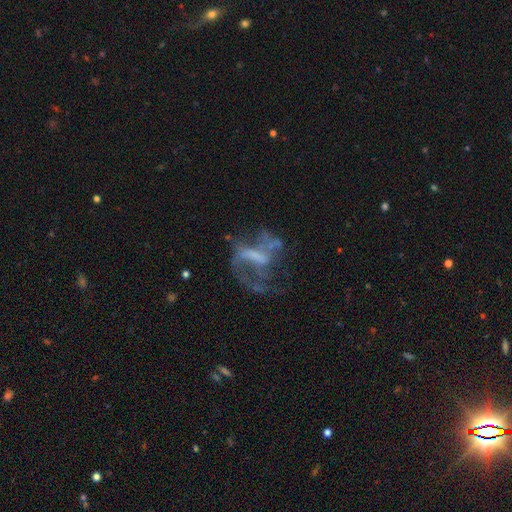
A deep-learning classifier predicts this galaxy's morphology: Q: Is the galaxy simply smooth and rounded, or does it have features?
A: featured or disk — 73%.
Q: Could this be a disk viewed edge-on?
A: no — 96%.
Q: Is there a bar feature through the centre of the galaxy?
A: weak — 38%.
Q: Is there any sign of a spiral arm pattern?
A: yes — 62%.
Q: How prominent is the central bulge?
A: none — 52%.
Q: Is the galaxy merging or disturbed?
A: major disturbance — 44%.